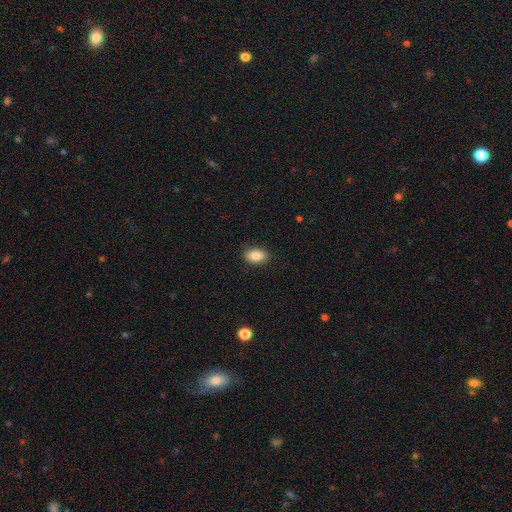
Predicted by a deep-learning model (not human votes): Smooth or featured? smooth (85%)
How rounded? in between (85%)
Merging? none (87%)